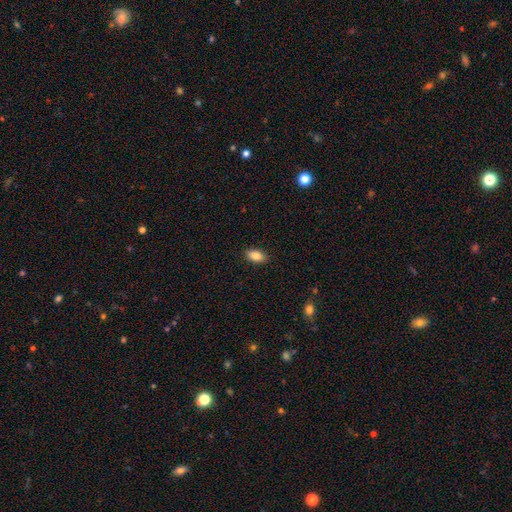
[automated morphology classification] Smooth or featured: smooth — 86% (star or artifact — 7%)
How rounded: in between — 91% (cigar-shaped — 5%)
Merging: none — 90% (minor disturbance — 7%)